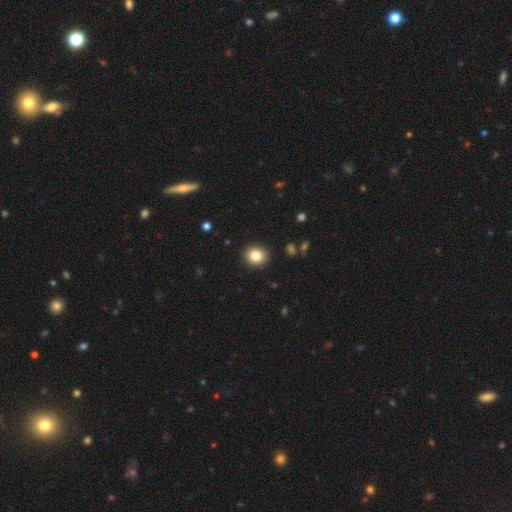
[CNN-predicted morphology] smooth 83%, star or artifact 10%, featured or disk 7%. Down the decision tree: how rounded — round (86%); merging — none (91%).